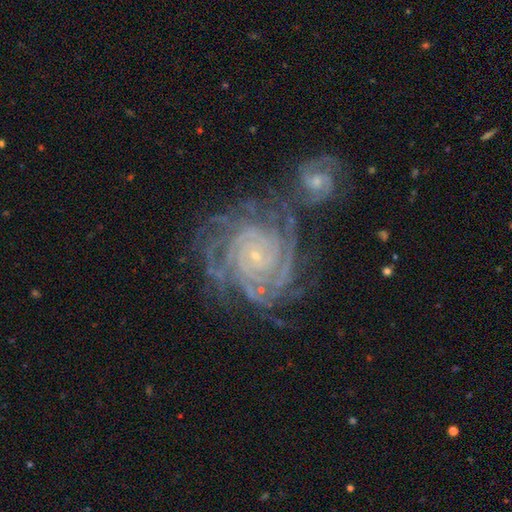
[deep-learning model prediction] Smooth or featured?
  - featured or disk: 91% *
  - star or artifact: 6%
  - smooth: 4%
Edge-on disk?
  - no: 98% *
  - yes: 2%
Bar?
  - no: 73% *
  - weak: 18%
  - strong: 9%
Spiral arms?
  - yes: 98% *
  - no: 2%
Spiral winding?
  - tight: 86% *
  - medium: 12%
  - loose: 2%
Spiral arm count?
  - 4: 27% *
  - more than 4: 24%
  - can't tell: 16%
  - 3: 15%
  - 2: 11%
  - 1: 8%
Bulge size?
  - small: 88% *
  - moderate: 8%
  - none: 2%
  - large: 1%
  - dominant: 1%
Merging?
  - none: 51% *
  - merger: 26%
  - minor disturbance: 15%
  - major disturbance: 7%